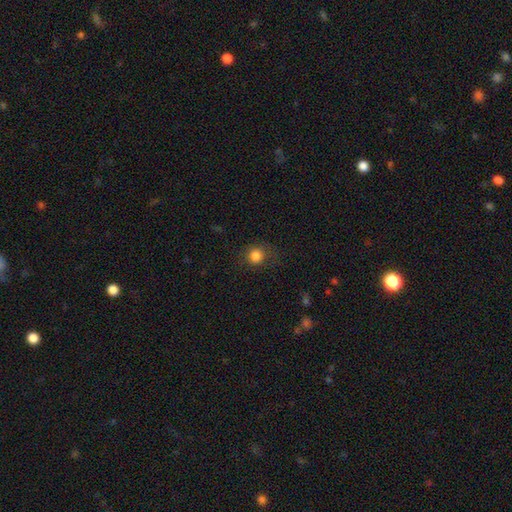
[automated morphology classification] This appears to be a smooth galaxy with no disk features (83%) that is round (89%). Merging: none (74%).